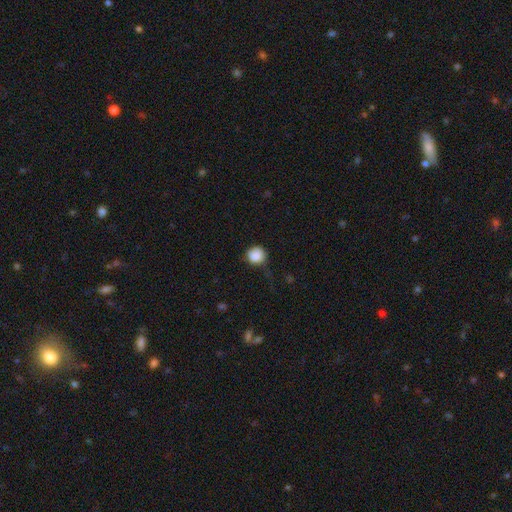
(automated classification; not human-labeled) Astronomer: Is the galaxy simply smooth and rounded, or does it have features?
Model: smooth — 85%.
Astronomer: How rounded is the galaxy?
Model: round — 88%.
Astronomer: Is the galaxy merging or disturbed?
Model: none — 59%.